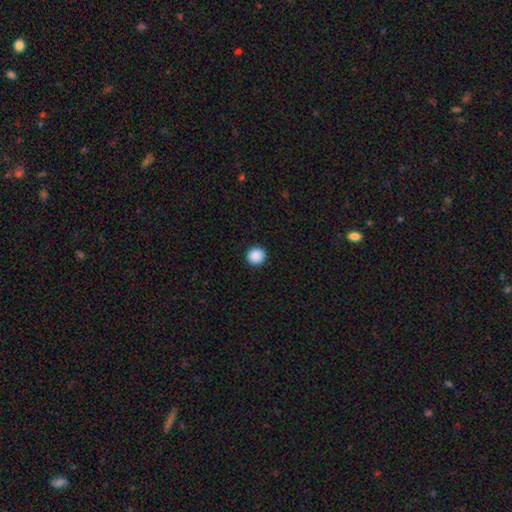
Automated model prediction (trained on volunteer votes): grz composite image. It shows a smooth galaxy with no disk features (89%) that is round (92%). Merging: none (93%).